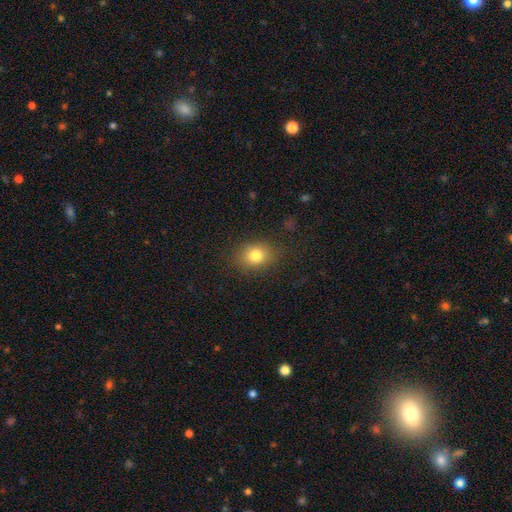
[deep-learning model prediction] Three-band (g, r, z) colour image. It shows a smooth galaxy with no disk features (79%) that is round (52%). Merging: none (82%).